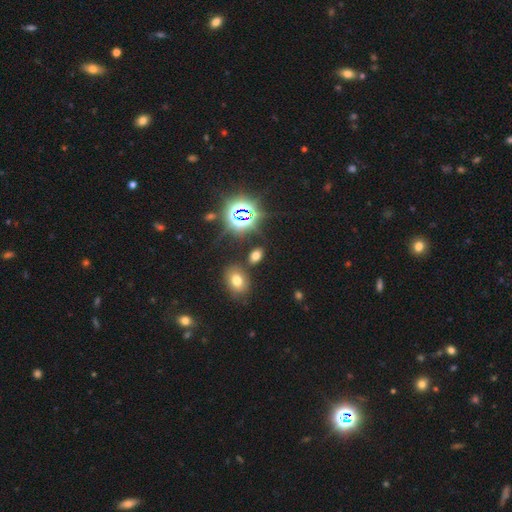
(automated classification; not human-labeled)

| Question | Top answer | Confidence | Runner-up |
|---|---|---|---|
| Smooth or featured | smooth | 54% | star or artifact (37%) |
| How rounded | in between | 84% | round (13%) |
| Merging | none | 79% | minor disturbance (10%) |